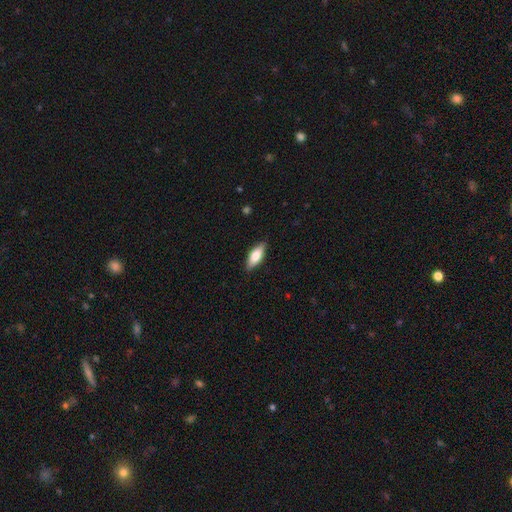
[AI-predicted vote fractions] The model was most divided on "how rounded": in between: 69%, cigar-shaped: 29%, round: 2%. More confident: merging — none (86%); smooth or featured — smooth (71%).